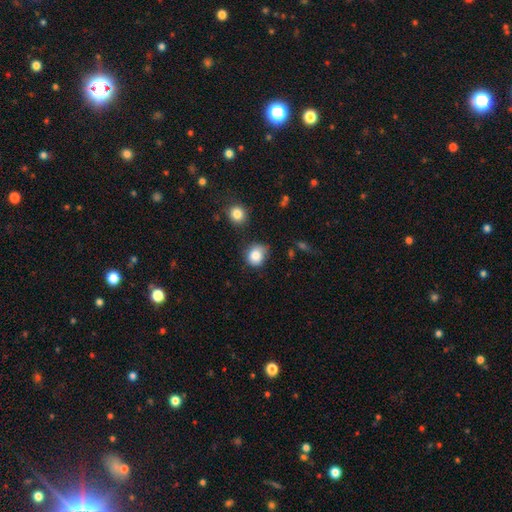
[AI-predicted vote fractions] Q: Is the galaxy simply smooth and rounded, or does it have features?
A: smooth — 83%.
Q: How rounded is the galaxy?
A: round — 77%.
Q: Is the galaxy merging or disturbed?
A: none — 61%.